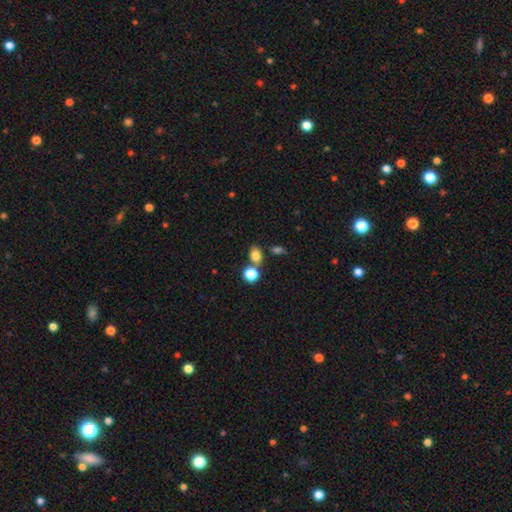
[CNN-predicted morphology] This appears to be a smooth galaxy with no disk features (79%) that is in between round and cigar-shaped (62%). Merging: none (63%).